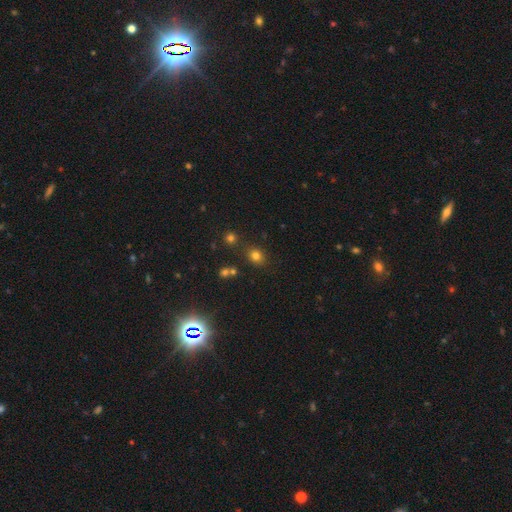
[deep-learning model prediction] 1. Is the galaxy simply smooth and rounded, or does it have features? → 75% smooth, 18% star or artifact, 7% featured or disk.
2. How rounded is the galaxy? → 70% round, 29% in between, 1% cigar-shaped.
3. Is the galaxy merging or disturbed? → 80% none, 10% minor disturbance, 7% merger, 3% major disturbance.